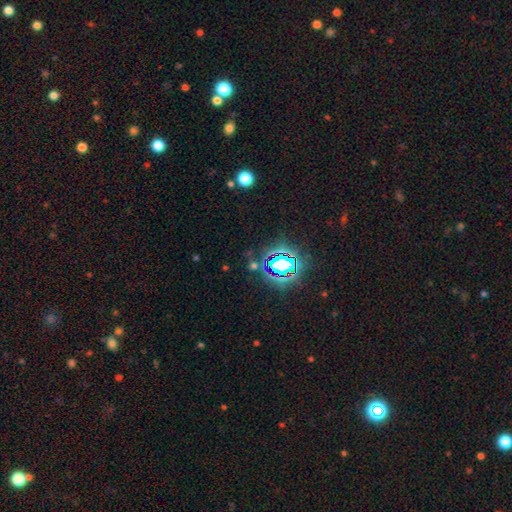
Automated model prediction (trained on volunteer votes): smooth_or_featured: star or artifact (p=0.80) [alt: smooth p=0.12]